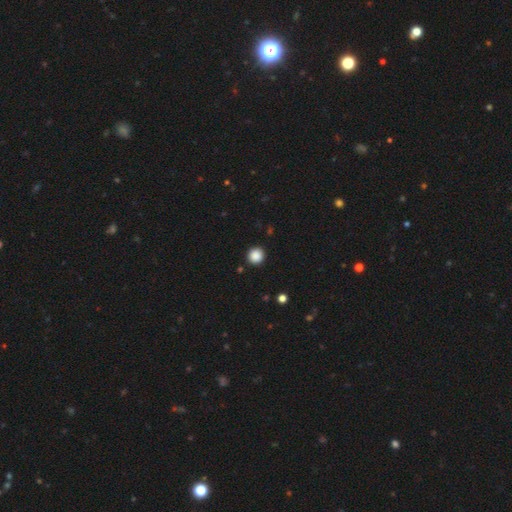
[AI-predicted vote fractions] This is clearly a smooth galaxy (87%). How rounded: clearly round (93%). Merging: clearly none (92%).